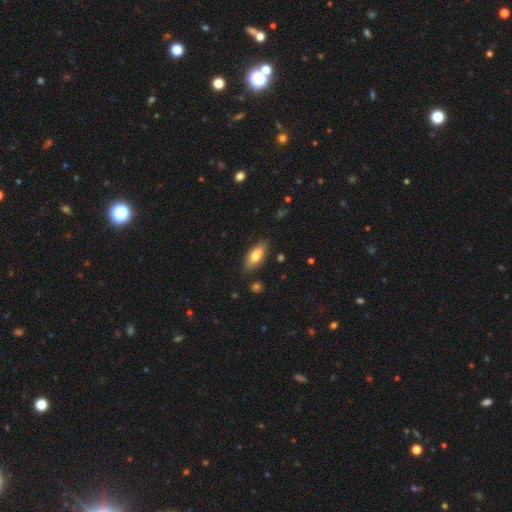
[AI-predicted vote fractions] smooth 71%, featured or disk 21%, star or artifact 8%. Down the decision tree: how rounded — in between (78%); merging — none (68%).